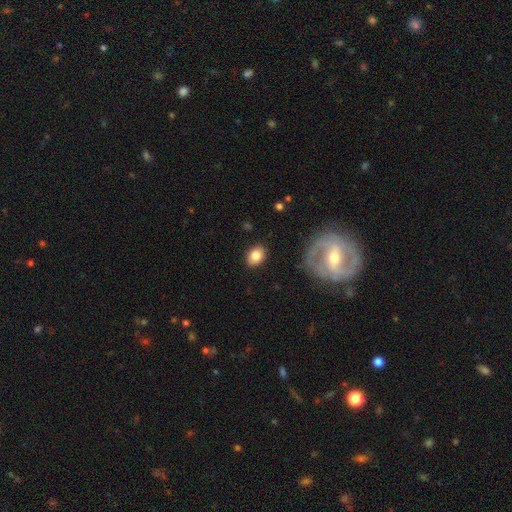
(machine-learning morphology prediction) Smooth or featured? Predicted: smooth (p=0.83). How rounded? Predicted: in between (p=0.67). Merging? Predicted: none (p=0.86).